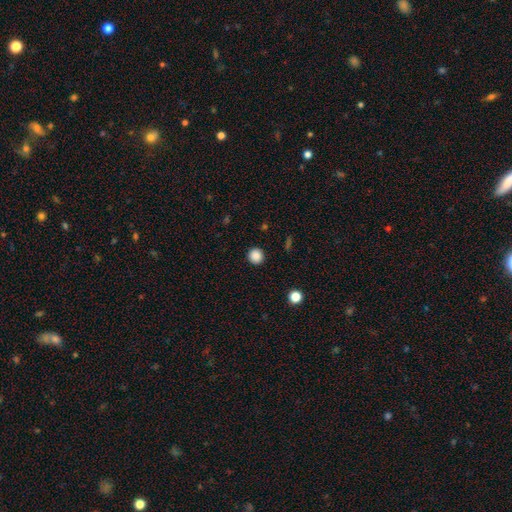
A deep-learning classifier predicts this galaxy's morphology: Smooth or featured? smooth (87%)
How rounded? round (93%)
Merging? none (92%)